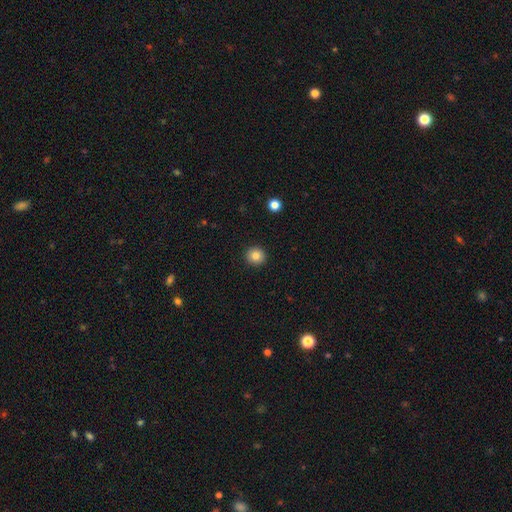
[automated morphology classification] This is clearly a smooth galaxy (82%). How rounded: clearly round (93%). Merging: clearly none (93%).